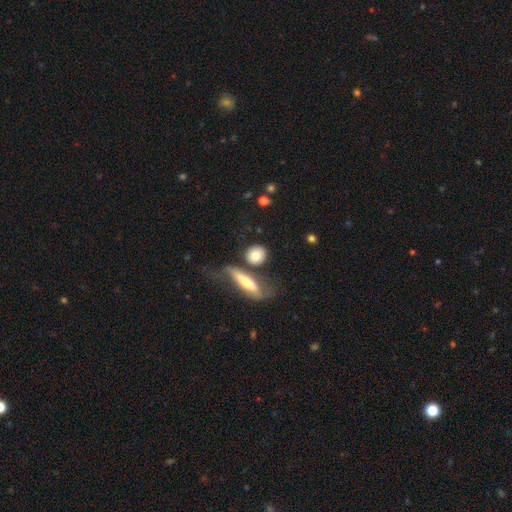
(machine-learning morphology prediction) Smooth or featured? smooth (73%)
How rounded? round (72%)
Merging? none (59%)